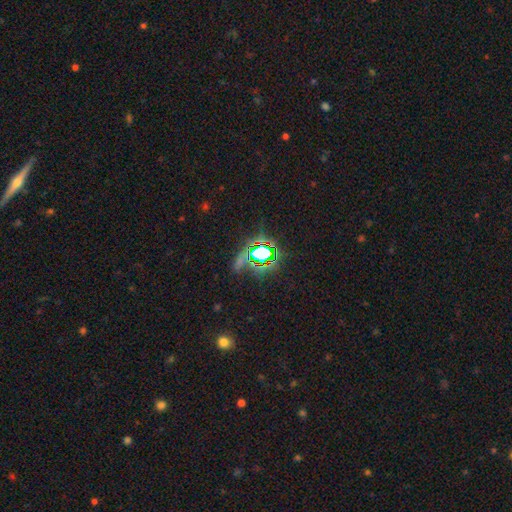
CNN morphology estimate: smooth_or_featured: star or artifact (p=0.72) [alt: smooth p=0.17]